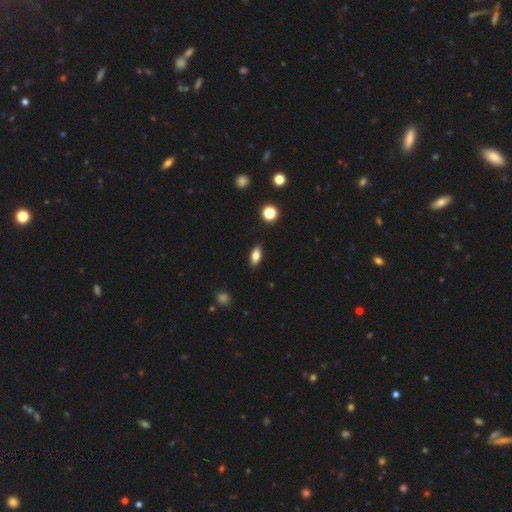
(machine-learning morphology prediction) A smooth galaxy with no disk features (79%) that is in between round and cigar-shaped (84%).

Vote fractions:
- Smooth or featured? smooth: 79% / featured or disk: 12% / star or artifact: 9%
- How rounded? in between: 84% / cigar-shaped: 11% / round: 5%
- Merging? none: 88% / minor disturbance: 9% / major disturbance: 2% / merger: 1%